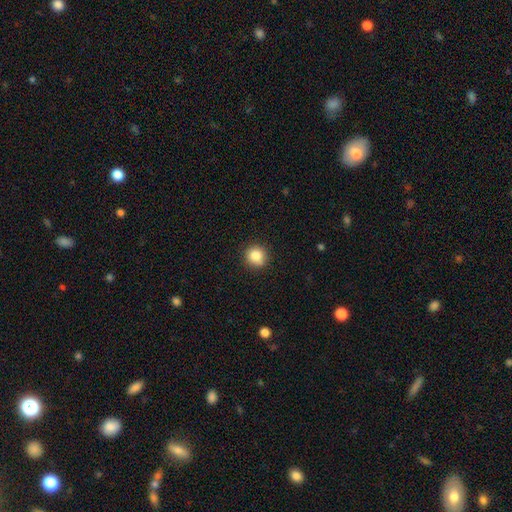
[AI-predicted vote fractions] Smooth or featured?
  - smooth: 84% *
  - star or artifact: 10%
  - featured or disk: 6%
How rounded?
  - round: 91% *
  - in between: 8%
  - cigar-shaped: 1%
Merging?
  - none: 87% *
  - minor disturbance: 9%
  - major disturbance: 2%
  - merger: 1%